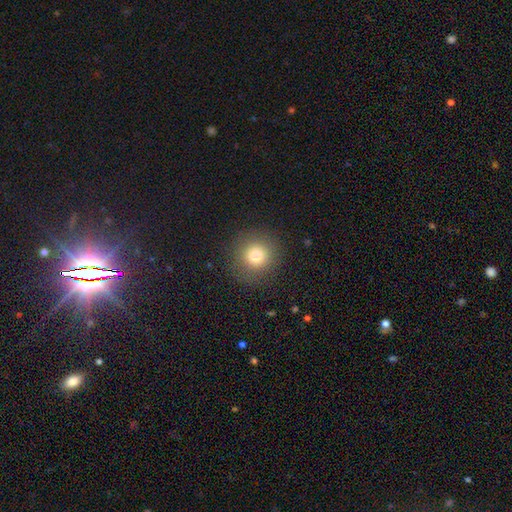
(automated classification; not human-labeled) Overall: smooth (81%). How rounded: round (93%). Merging: none (88%).